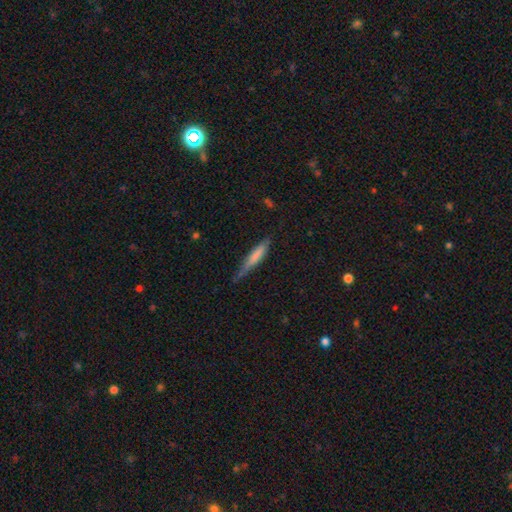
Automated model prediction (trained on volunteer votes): Smooth or featured?
  - smooth: 67% *
  - featured or disk: 27%
  - star or artifact: 6%
How rounded?
  - cigar-shaped: 89% *
  - in between: 9%
  - round: 1%
Merging?
  - none: 63% *
  - minor disturbance: 29%
  - major disturbance: 6%
  - merger: 2%